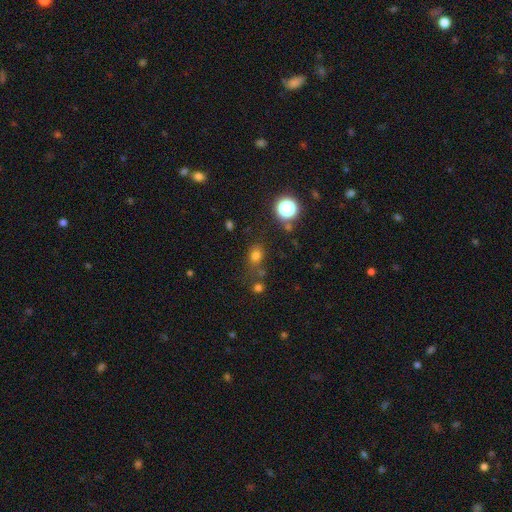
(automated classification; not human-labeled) Overall: smooth (71%). How rounded: round (51%; in between 47%). Merging: none (66%).